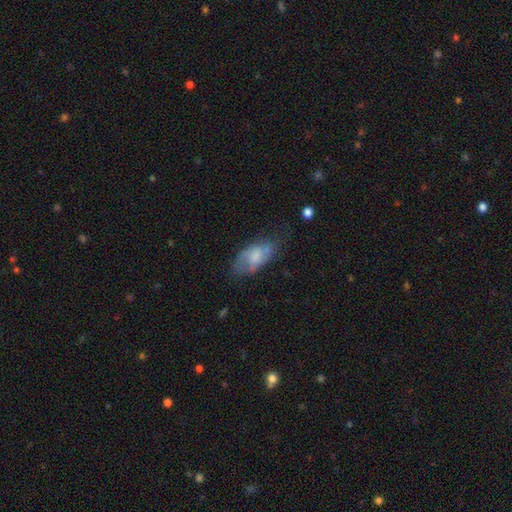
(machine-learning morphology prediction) Q: Smooth or featured?
A: smooth (61%); runner-up: featured or disk (32%)
Q: How rounded?
A: in between (90%); runner-up: cigar-shaped (7%)
Q: Merging?
A: none (48%); runner-up: minor disturbance (32%)